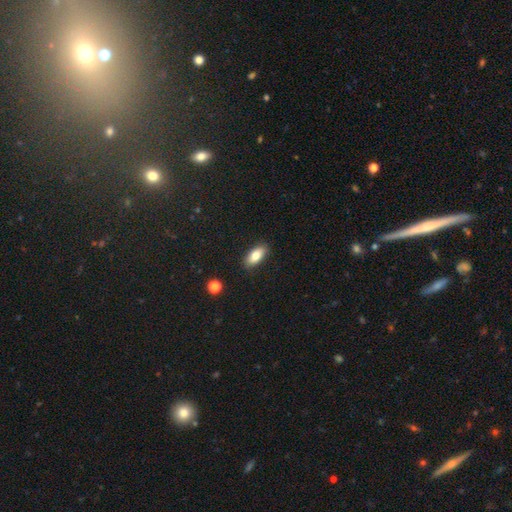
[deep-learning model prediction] smooth-or-featured: smooth: 81% | featured or disk: 12% | star or artifact: 7%
  how-rounded: in between: 87% | cigar-shaped: 10% | round: 3%
  merging: none: 86% | minor disturbance: 10% | major disturbance: 2% | merger: 1%